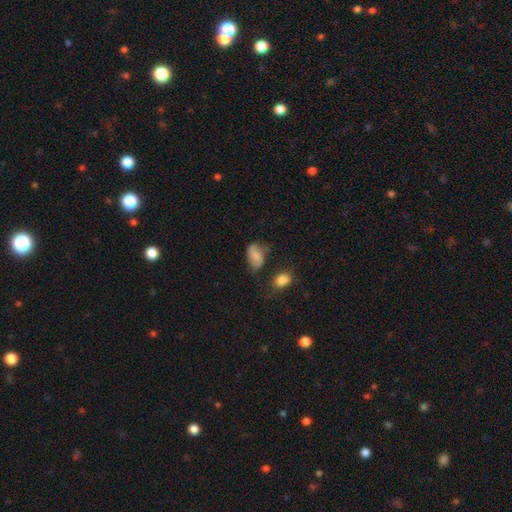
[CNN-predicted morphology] type=smooth (66%); roundness=in between (86%); merging=none (42%).